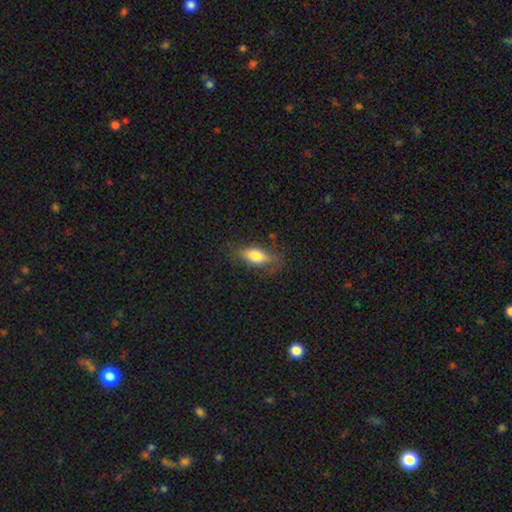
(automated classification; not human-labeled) The model was most divided on "merging": none: 69%, minor disturbance: 22%, major disturbance: 8%, merger: 2%. More confident: how rounded — in between (77%); smooth or featured — smooth (73%).